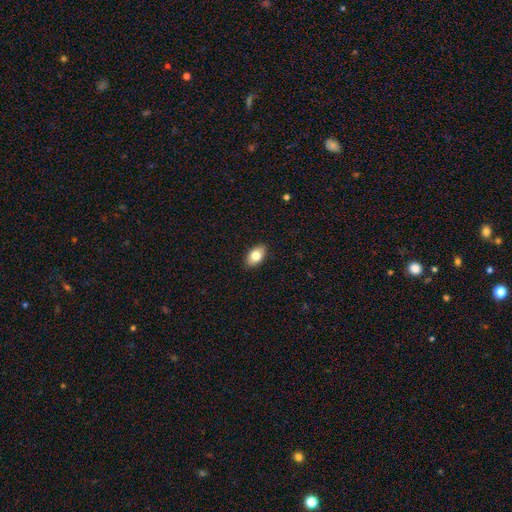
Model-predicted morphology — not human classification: type=smooth (80%); roundness=in between (91%); merging=none (89%).